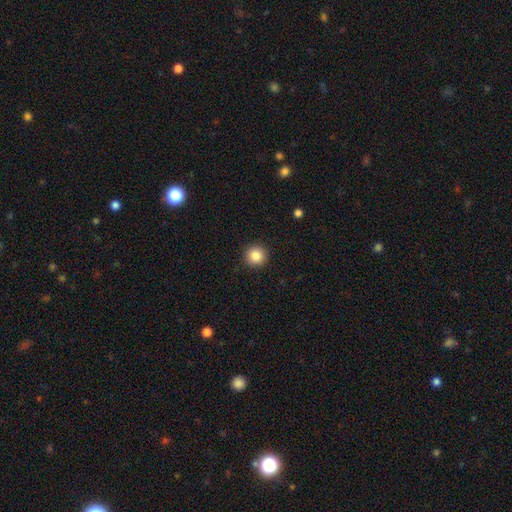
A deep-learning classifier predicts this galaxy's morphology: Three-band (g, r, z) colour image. It shows a smooth galaxy with no disk features (86%) that is round (94%). Merging: none (92%).